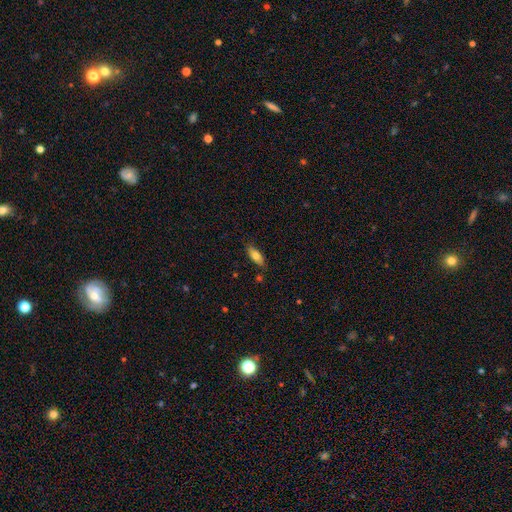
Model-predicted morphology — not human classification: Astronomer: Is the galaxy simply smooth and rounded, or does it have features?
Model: smooth — 74%.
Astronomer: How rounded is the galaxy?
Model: in between — 74%.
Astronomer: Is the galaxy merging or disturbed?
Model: none — 79%.